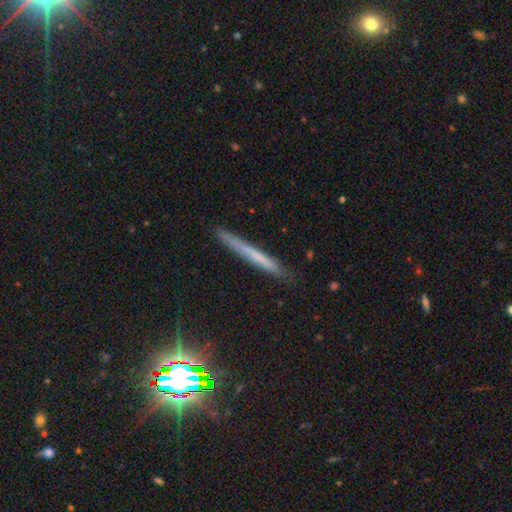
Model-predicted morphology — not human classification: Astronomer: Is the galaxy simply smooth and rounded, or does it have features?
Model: smooth — 49% (runner-up: featured or disk, 39%).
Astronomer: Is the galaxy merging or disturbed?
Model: none — 85%.